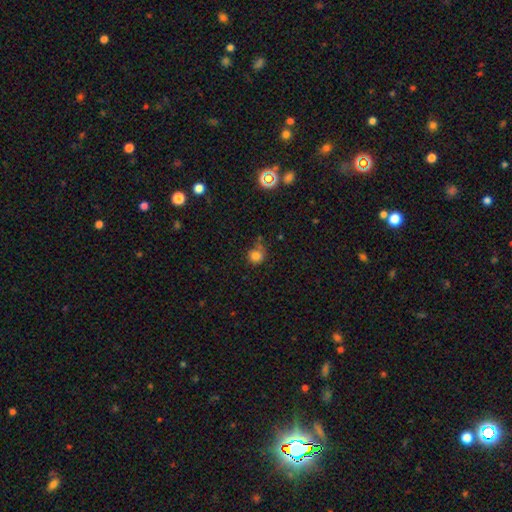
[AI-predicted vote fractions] This is likely a smooth galaxy (79%). How rounded: clearly round (86%). Merging: possibly none (56%).